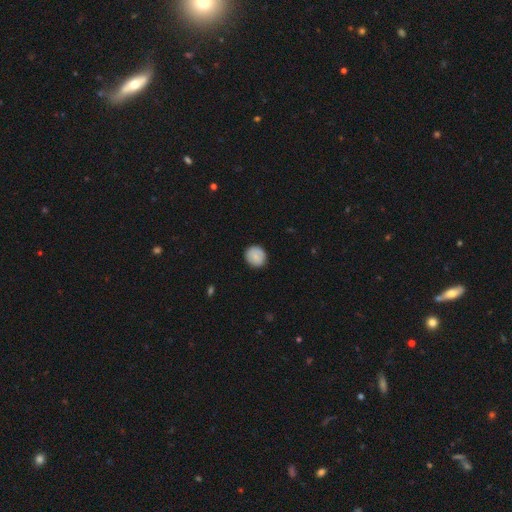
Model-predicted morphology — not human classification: smooth-or-featured: smooth: 85% | featured or disk: 8% | star or artifact: 7%
  how-rounded: round: 88% | in between: 11% | cigar-shaped: 1%
  merging: none: 89% | minor disturbance: 8% | major disturbance: 2% | merger: 1%